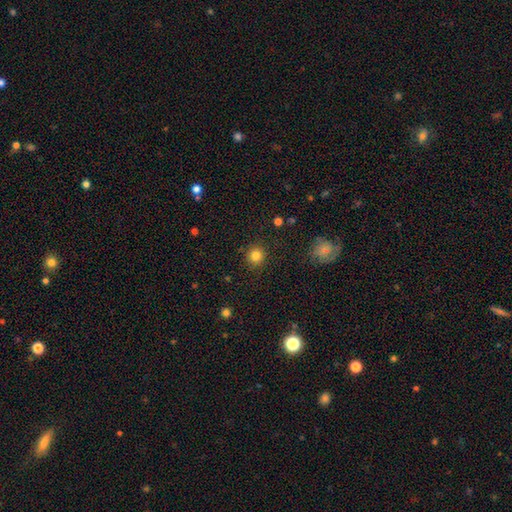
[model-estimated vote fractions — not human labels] Smooth or featured? Predicted: smooth (p=0.83). How rounded? Predicted: round (p=0.92). Merging? Predicted: none (p=0.89).